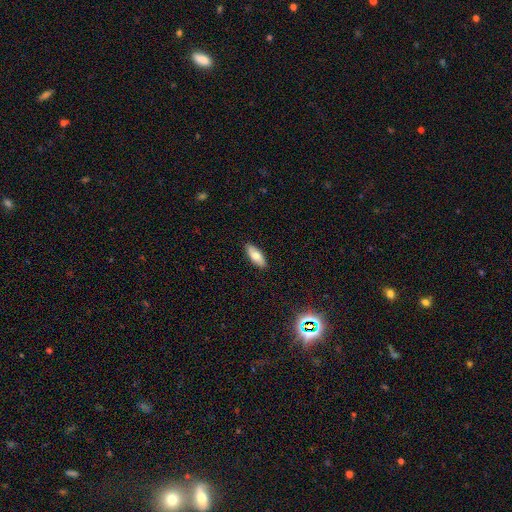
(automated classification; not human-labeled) Smooth or featured: smooth — 74% (featured or disk — 19%)
How rounded: in between — 77% (cigar-shaped — 21%)
Merging: none — 89% (minor disturbance — 8%)